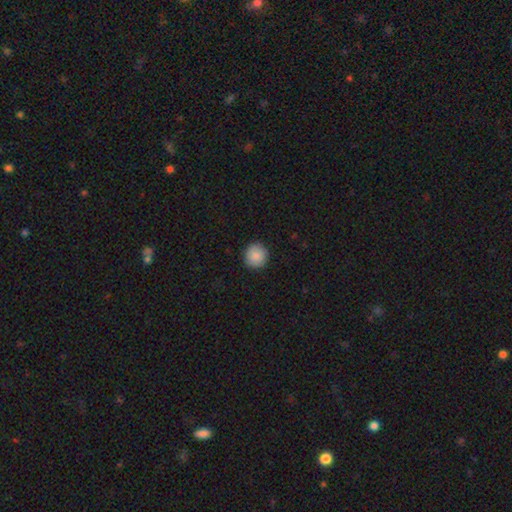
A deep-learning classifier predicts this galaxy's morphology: This appears to be a smooth galaxy with no disk features (88%) that is round (93%). Merging: none (91%).